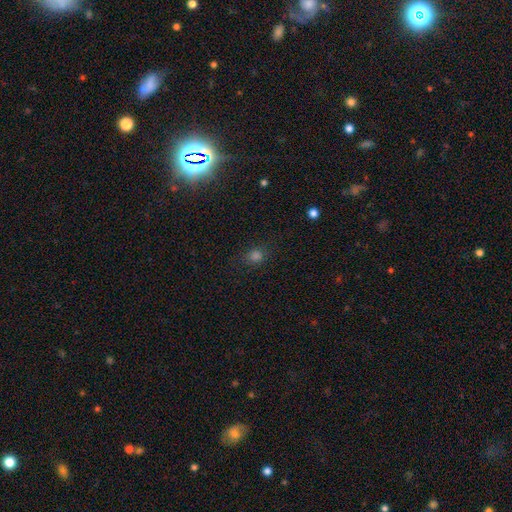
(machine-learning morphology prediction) smooth-or-featured: smooth: 72% | star or artifact: 23% | featured or disk: 6%
  how-rounded: round: 74% | in between: 25% | cigar-shaped: 2%
  merging: none: 84% | minor disturbance: 11% | major disturbance: 4% | merger: 1%